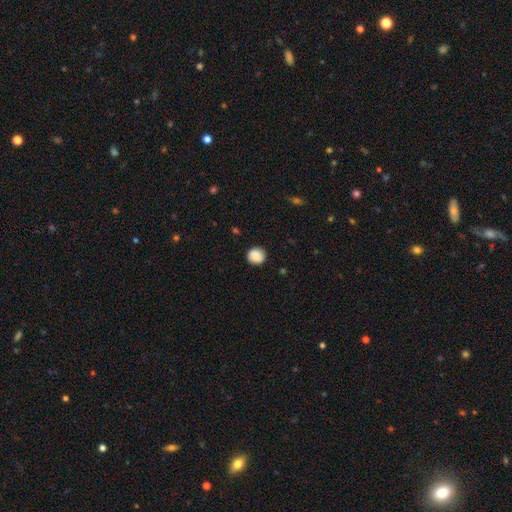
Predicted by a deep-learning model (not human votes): smooth 88%, star or artifact 8%, featured or disk 4%. Down the decision tree: how rounded — round (89%); merging — none (88%).